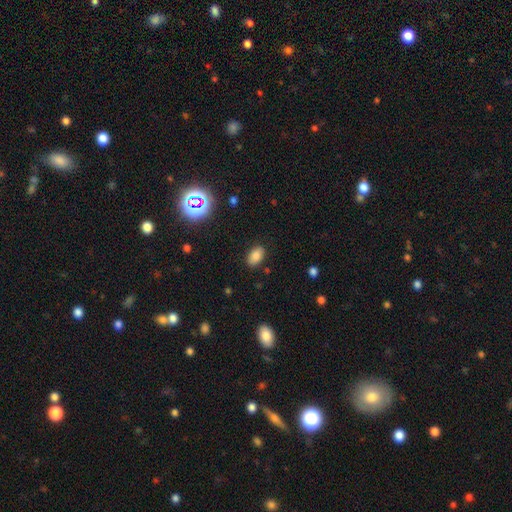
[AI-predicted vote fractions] A smooth galaxy with no disk features (81%) that is in between round and cigar-shaped (88%).

Vote fractions:
- Smooth or featured? smooth: 81% / star or artifact: 11% / featured or disk: 8%
- How rounded? in between: 88% / round: 10% / cigar-shaped: 1%
- Merging? none: 85% / minor disturbance: 10% / major disturbance: 3% / merger: 2%